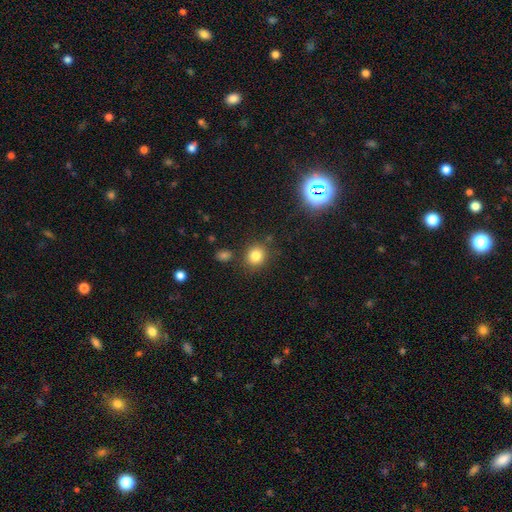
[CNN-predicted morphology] Smooth or featured? smooth (81%)
How rounded? round (81%)
Merging? none (81%)